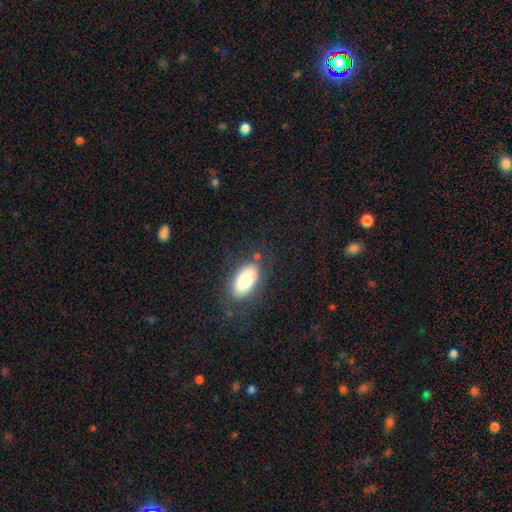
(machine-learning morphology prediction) Q: Smooth or featured?
A: smooth (70%); runner-up: star or artifact (16%)
Q: How rounded?
A: in between (86%); runner-up: cigar-shaped (8%)
Q: Merging?
A: none (79%); runner-up: minor disturbance (14%)